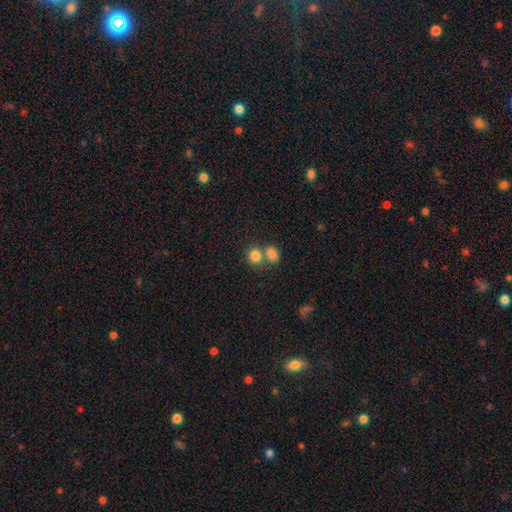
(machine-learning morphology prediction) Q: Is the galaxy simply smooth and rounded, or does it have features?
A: smooth — 81%.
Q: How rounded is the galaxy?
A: round — 75%.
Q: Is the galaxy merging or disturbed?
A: merger — 47%.